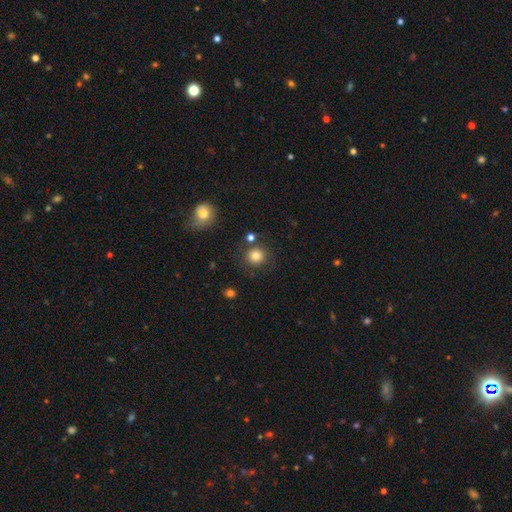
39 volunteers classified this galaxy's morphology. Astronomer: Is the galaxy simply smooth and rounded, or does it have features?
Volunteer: smooth — 79%.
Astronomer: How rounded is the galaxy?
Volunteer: round — 87%.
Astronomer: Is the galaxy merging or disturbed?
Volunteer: none — 82%.